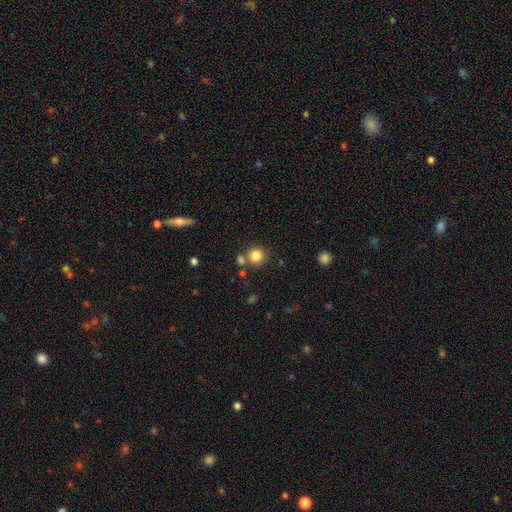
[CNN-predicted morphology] smooth 83%, star or artifact 11%, featured or disk 6%. Down the decision tree: how rounded — round (92%); merging — none (74%).